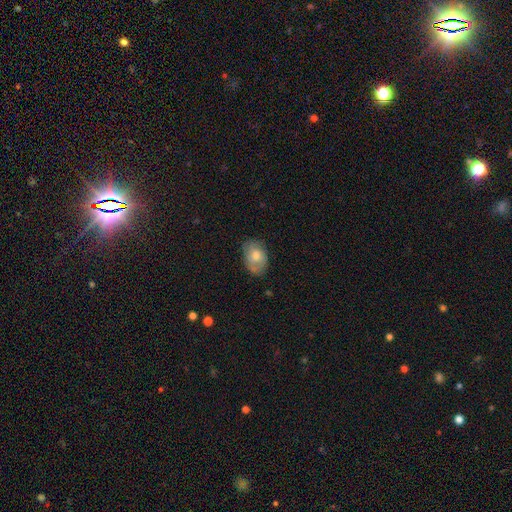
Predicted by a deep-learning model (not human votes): A smooth galaxy with no disk features (67%) that is in between round and cigar-shaped (82%). Merging: none (70%).